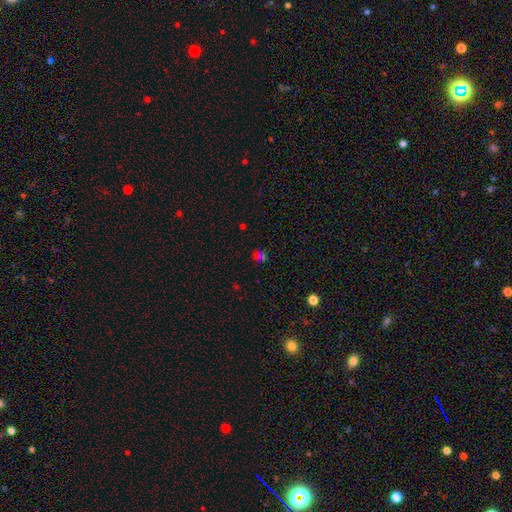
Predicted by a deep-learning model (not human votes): Smooth or featured? Predicted: star or artifact (p=0.47).